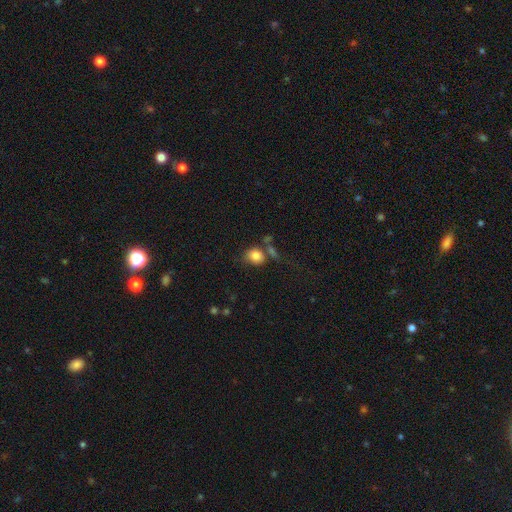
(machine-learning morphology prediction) Overall: smooth (84%). How rounded: round (63%; in between 35%). Merging: none (55%; merger 20%).